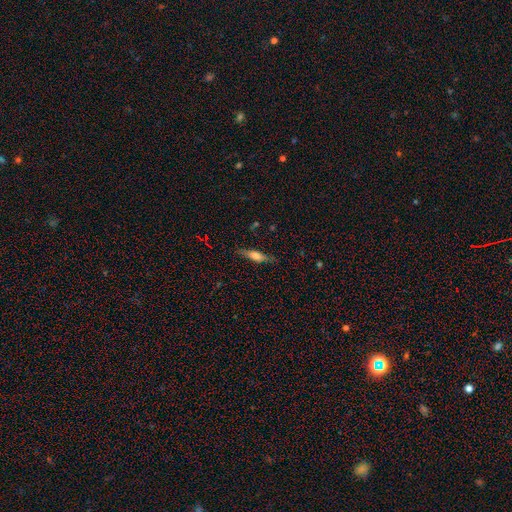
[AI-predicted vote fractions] Smooth or featured? smooth (51%)
How rounded? cigar-shaped (66%)
Merging? none (80%)